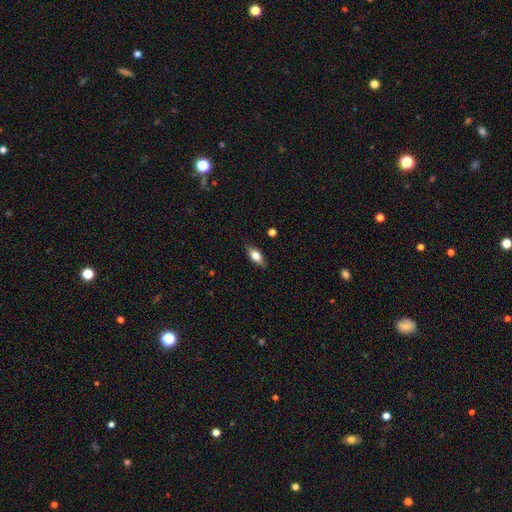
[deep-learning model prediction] A smooth galaxy with no disk features (56%) that is in between round and cigar-shaped (74%). Merging: none (84%).